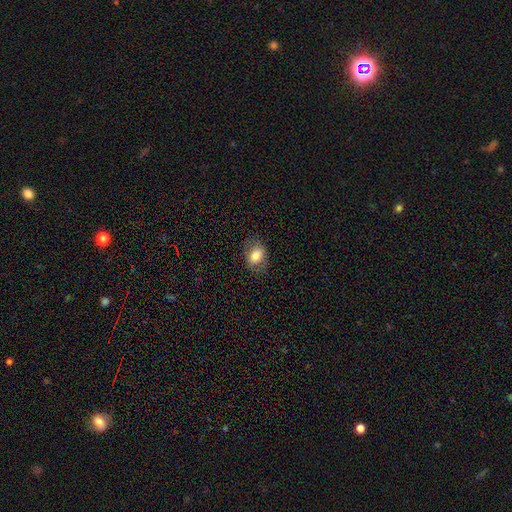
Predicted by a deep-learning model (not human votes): Morphology: type=smooth (77%); roundness=in between (69%); merging=none (78%).